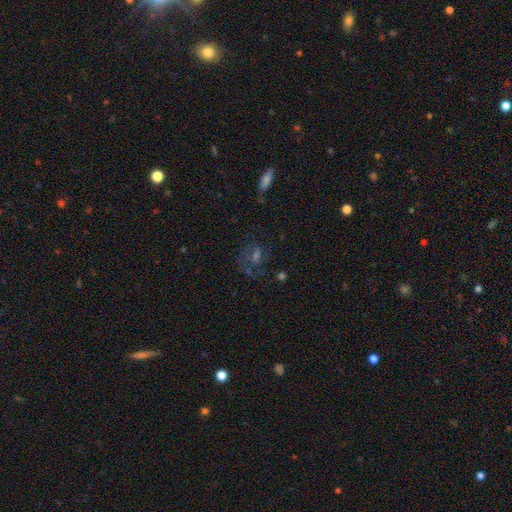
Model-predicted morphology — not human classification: featured or disk 48%, star or artifact 27%, smooth 25%. Down the decision tree: merging — none (58%).